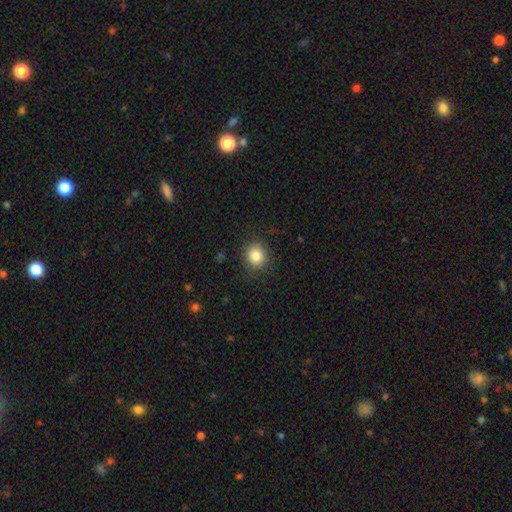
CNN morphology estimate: The model was most divided on "how rounded": round: 81%, in between: 18%, cigar-shaped: 1%. More confident: merging — none (88%); smooth or featured — smooth (84%).